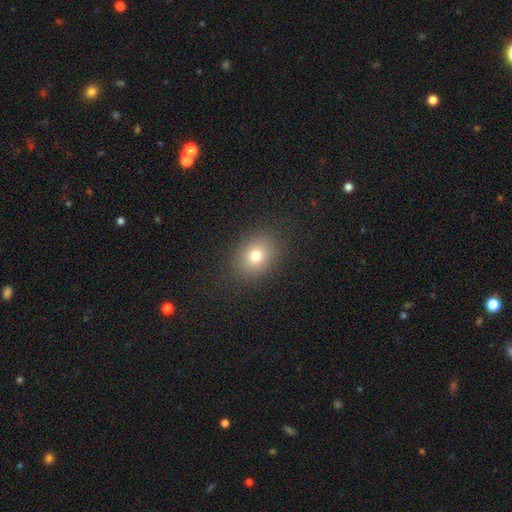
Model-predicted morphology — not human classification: Smooth or featured? smooth (78%)
How rounded? in between (58%)
Merging? none (87%)